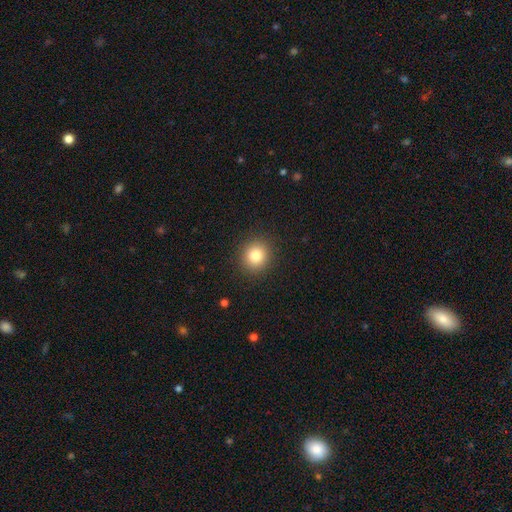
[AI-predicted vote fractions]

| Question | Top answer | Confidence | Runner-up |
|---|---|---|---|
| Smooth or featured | smooth | 82% | star or artifact (11%) |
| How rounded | round | 88% | in between (11%) |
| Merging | none | 91% | minor disturbance (6%) |